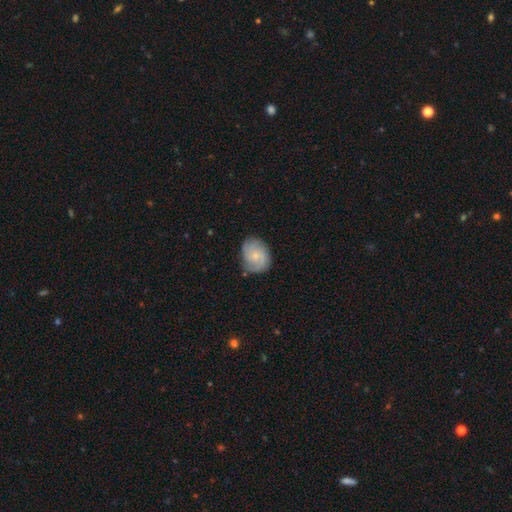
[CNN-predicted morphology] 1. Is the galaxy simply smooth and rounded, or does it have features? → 62% featured or disk, 31% smooth, 7% star or artifact.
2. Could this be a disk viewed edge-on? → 98% no, 2% yes.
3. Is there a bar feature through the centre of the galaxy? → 70% no, 27% weak, 3% strong.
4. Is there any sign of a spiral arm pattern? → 94% yes, 6% no.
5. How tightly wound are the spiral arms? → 45% tight, 41% medium, 14% loose.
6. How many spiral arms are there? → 33% 3, 26% 2, 23% can't tell, 8% 4, 5% 1, 5% more than 4.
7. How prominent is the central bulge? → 63% small, 26% moderate, 8% none, 2% large, 1% dominant.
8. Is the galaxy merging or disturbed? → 77% none, 17% minor disturbance, 4% major disturbance, 2% merger.